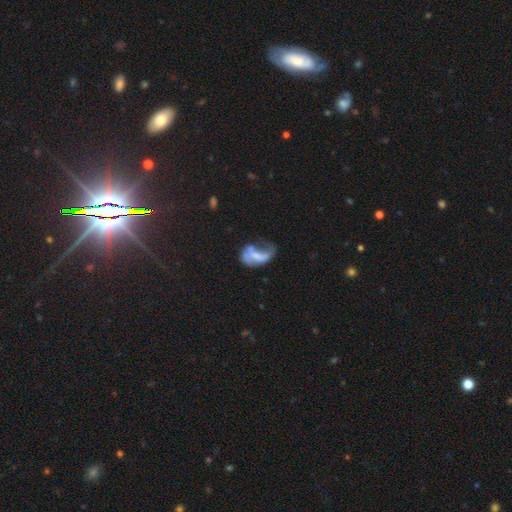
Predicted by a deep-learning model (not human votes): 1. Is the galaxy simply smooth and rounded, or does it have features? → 52% featured or disk, 37% smooth, 10% star or artifact.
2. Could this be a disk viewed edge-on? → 97% no, 3% yes.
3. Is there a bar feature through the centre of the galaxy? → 61% no, 28% weak, 11% strong.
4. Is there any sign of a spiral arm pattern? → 55% no, 45% yes.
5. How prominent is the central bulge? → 51% none, 21% small, 19% moderate, 7% large, 2% dominant.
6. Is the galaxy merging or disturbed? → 49% major disturbance, 21% none, 20% minor disturbance, 11% merger.